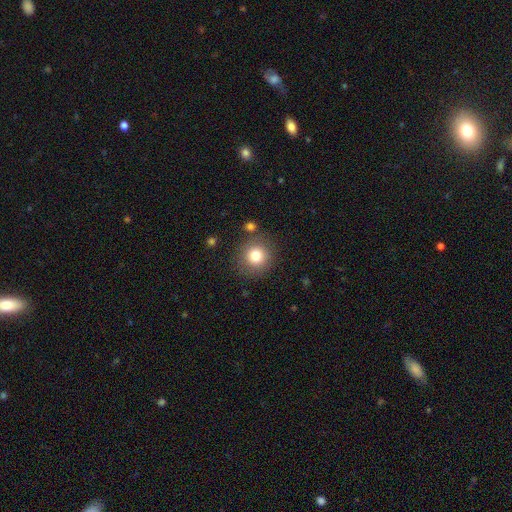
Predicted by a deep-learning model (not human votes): This appears to be a smooth galaxy with no disk features (79%) that is round (92%). Merging: none (84%).